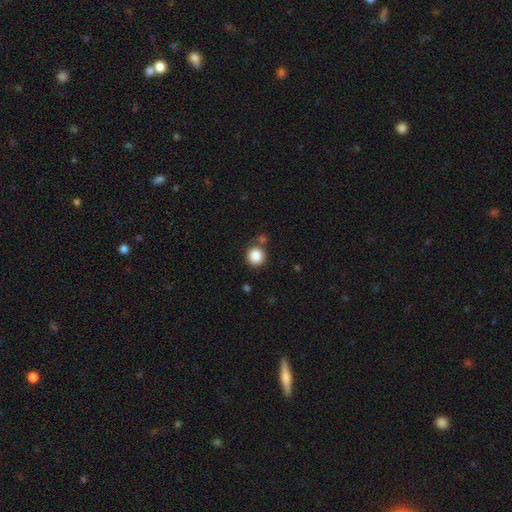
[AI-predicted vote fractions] A smooth galaxy with no disk features (87%) that is round (92%).

Vote fractions:
- Smooth or featured? smooth: 87% / star or artifact: 10% / featured or disk: 4%
- How rounded? round: 92% / in between: 7% / cigar-shaped: 1%
- Merging? none: 79% / merger: 9% / minor disturbance: 9% / major disturbance: 3%